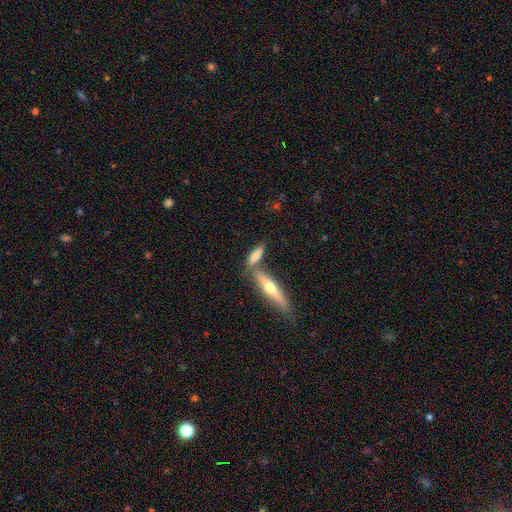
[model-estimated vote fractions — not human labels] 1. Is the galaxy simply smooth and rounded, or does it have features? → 62% smooth, 31% featured or disk, 8% star or artifact.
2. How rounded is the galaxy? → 63% cigar-shaped, 34% in between, 3% round.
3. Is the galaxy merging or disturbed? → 52% none, 33% merger, 11% minor disturbance, 4% major disturbance.